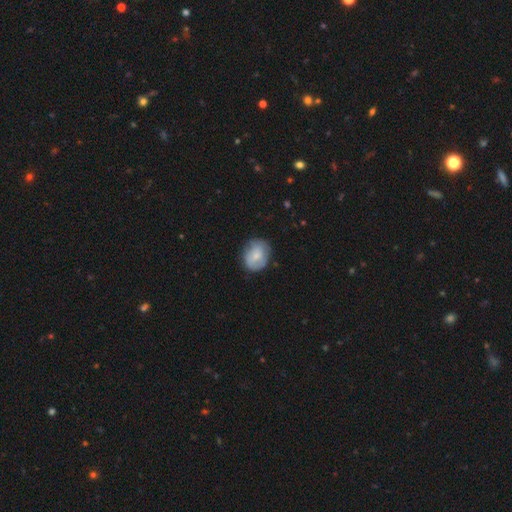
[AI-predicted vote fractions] A smooth galaxy with no disk features (69%) that is round (56%). Merging: none (70%).